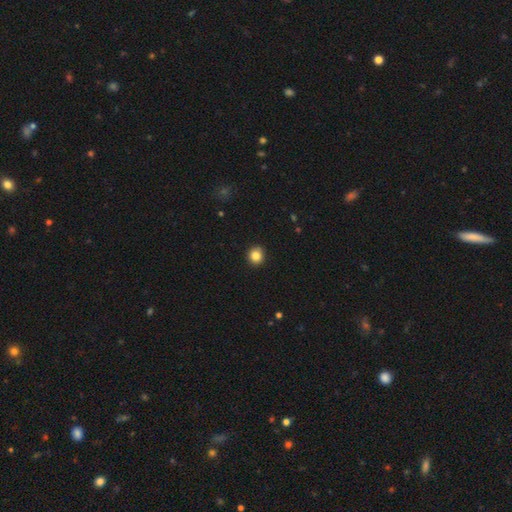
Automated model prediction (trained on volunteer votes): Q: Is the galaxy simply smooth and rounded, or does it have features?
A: smooth — 84%.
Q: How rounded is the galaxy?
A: round — 90%.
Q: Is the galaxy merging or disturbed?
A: none — 92%.